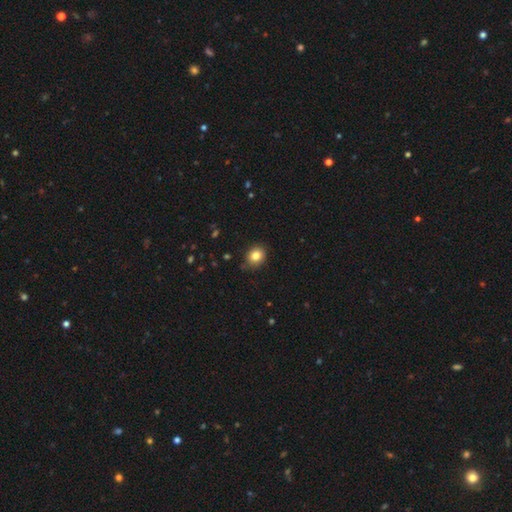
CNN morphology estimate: smooth-or-featured: smooth: 83% | star or artifact: 10% | featured or disk: 6%
  how-rounded: round: 61% | in between: 38% | cigar-shaped: 1%
  merging: none: 79% | minor disturbance: 16% | major disturbance: 3% | merger: 2%